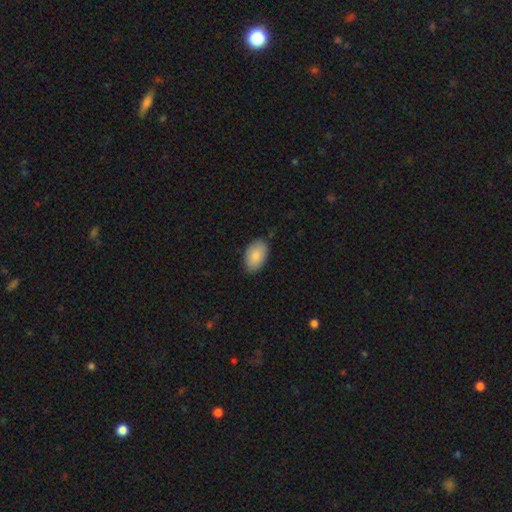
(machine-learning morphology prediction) A smooth galaxy with no disk features (88%) that is in between round and cigar-shaped (93%).

Vote fractions:
- Smooth or featured? smooth: 88% / featured or disk: 7% / star or artifact: 6%
- How rounded? in between: 93% / round: 6% / cigar-shaped: 1%
- Merging? none: 84% / minor disturbance: 13% / major disturbance: 2% / merger: 1%